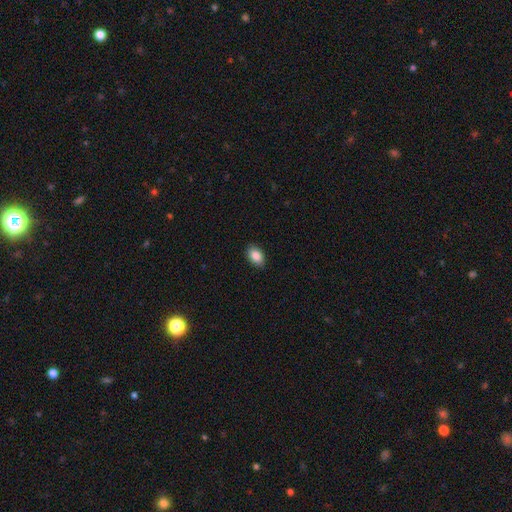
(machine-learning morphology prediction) type=smooth (88%); roundness=in between (89%); merging=none (88%).